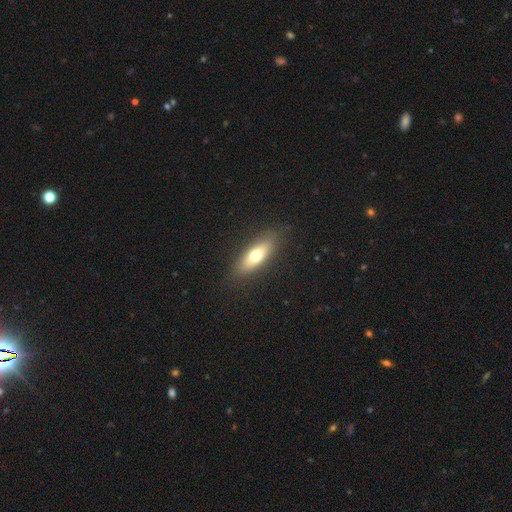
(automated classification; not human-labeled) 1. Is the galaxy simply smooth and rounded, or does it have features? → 65% smooth, 28% featured or disk, 7% star or artifact.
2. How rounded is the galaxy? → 56% in between, 41% cigar-shaped, 3% round.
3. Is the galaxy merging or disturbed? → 86% none, 10% minor disturbance, 3% major disturbance, 1% merger.